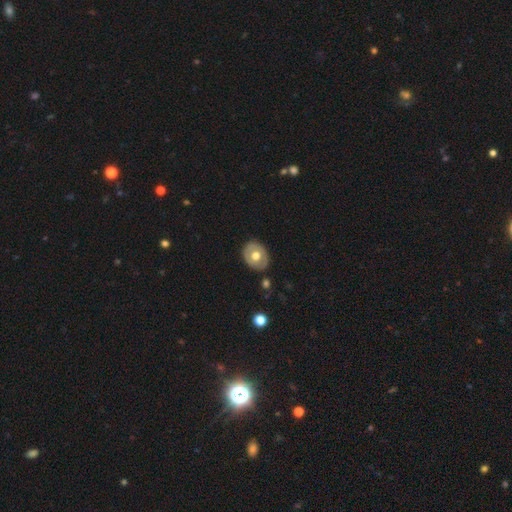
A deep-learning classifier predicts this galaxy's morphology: Smooth or featured? smooth (49%)
Merging? none (82%)